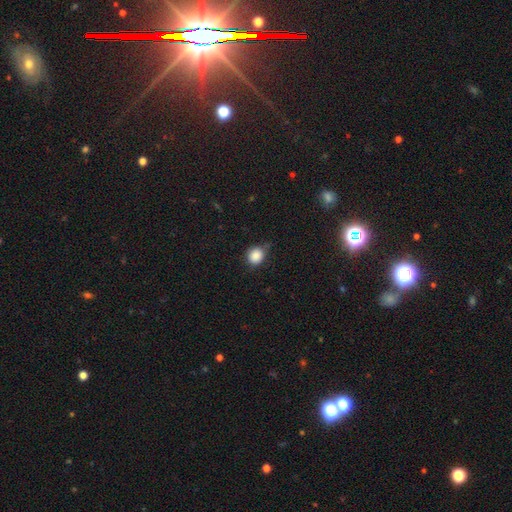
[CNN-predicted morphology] smooth-or-featured: smooth: 85% | star or artifact: 10% | featured or disk: 5%
  how-rounded: round: 79% | in between: 20% | cigar-shaped: 1%
  merging: none: 64% | minor disturbance: 28% | major disturbance: 6% | merger: 2%